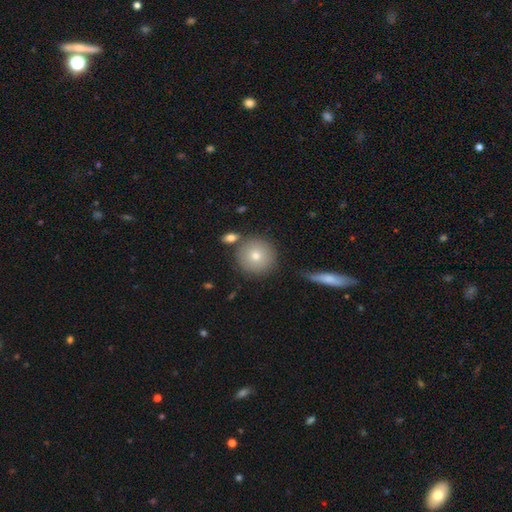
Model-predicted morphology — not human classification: smooth 75%, featured or disk 15%, star or artifact 10%. Down the decision tree: how rounded — round (94%); merging — none (81%).